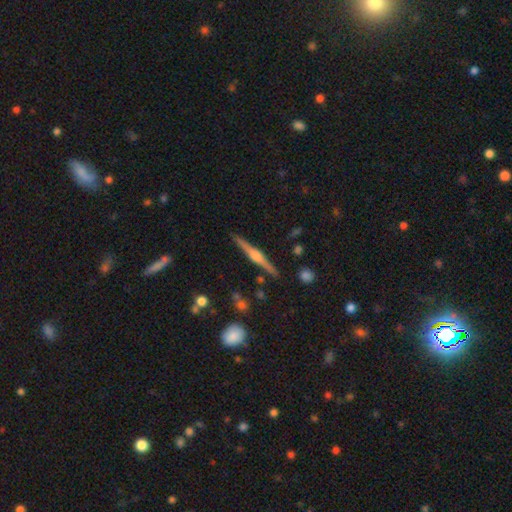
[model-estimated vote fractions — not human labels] This is clearly a featured or disk galaxy (82%). It is clearly viewed edge-on (98%). Edge-on bulge: clearly rounded (84%). Merging: clearly none (91%).